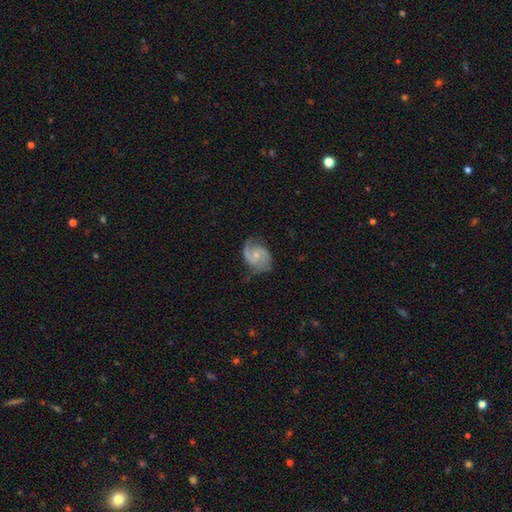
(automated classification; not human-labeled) Smooth or featured: featured or disk — 80% (smooth — 15%)
Edge-on disk: no — 98% (yes — 2%)
Bar: no — 61% (weak — 34%)
Spiral arms: yes — 95% (no — 5%)
Spiral winding: medium — 49% (loose — 29%)
Spiral arm count: 2 — 84% (1 — 6%)
Bulge size: small — 55% (moderate — 38%)
Merging: none — 63% (minor disturbance — 24%)